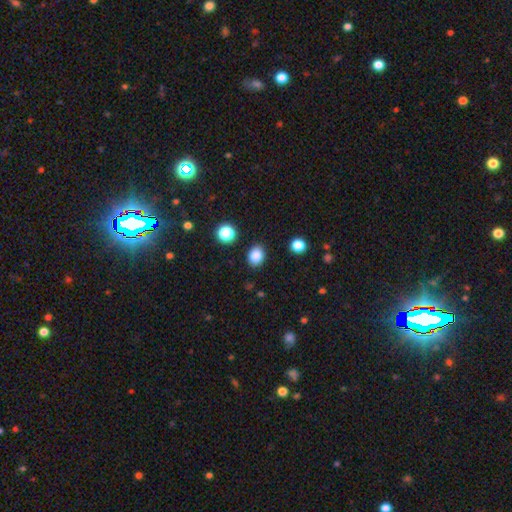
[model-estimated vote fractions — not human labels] Q: Smooth or featured?
A: smooth (85%); runner-up: star or artifact (11%)
Q: How rounded?
A: in between (54%); runner-up: round (46%)
Q: Merging?
A: none (87%); runner-up: minor disturbance (8%)